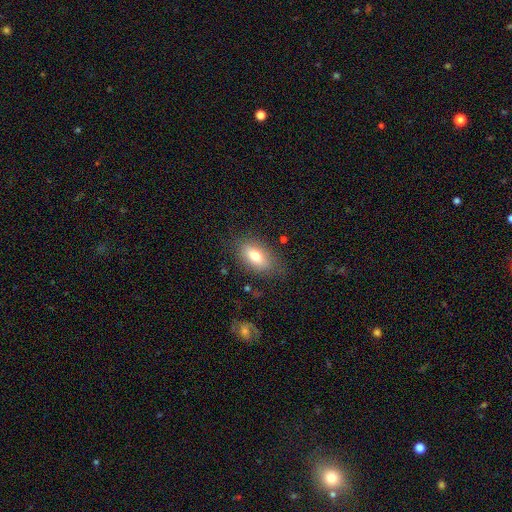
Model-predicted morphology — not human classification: smooth-or-featured: smooth: 74% | featured or disk: 18% | star or artifact: 8%
  how-rounded: in between: 87% | round: 7% | cigar-shaped: 6%
  merging: none: 78% | minor disturbance: 15% | major disturbance: 5% | merger: 2%